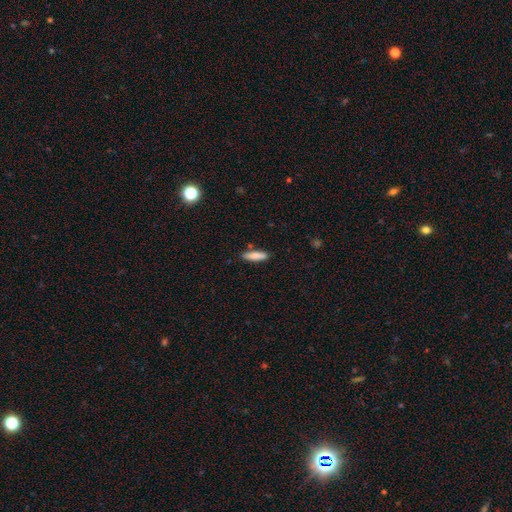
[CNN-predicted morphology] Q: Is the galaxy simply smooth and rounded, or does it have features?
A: smooth — 84%.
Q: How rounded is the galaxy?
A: cigar-shaped — 68%.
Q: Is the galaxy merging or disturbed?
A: none — 85%.